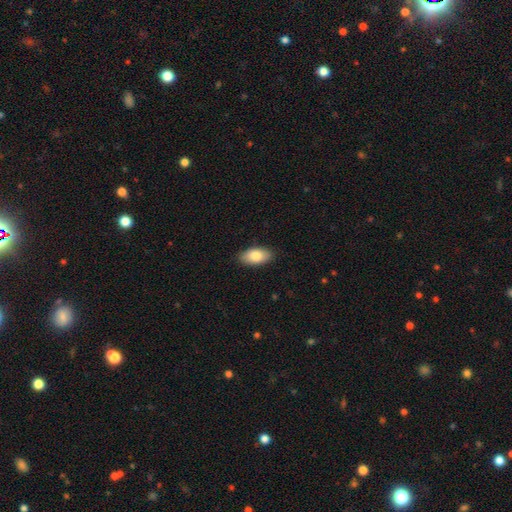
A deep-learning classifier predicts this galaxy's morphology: A smooth galaxy with no disk features (83%) that is in between round and cigar-shaped (93%). Merging: none (88%).